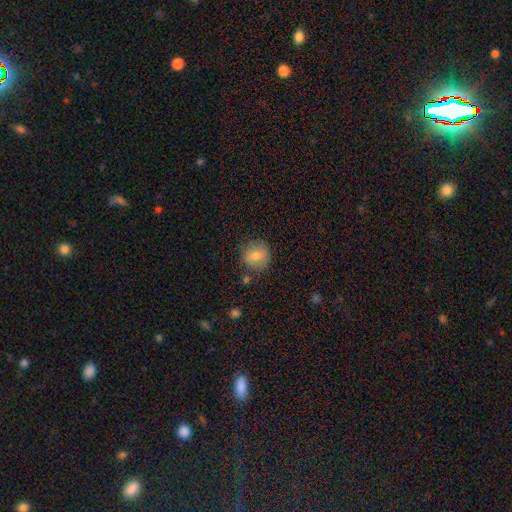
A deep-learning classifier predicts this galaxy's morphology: Overall: smooth (76%). How rounded: round (85%). Merging: none (81%).